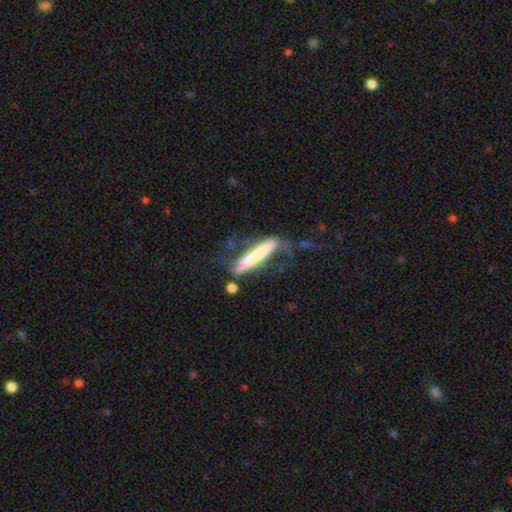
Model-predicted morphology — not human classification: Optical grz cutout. It shows a smooth galaxy with no disk features (58%) that is cigar-shaped (90%). Merging: none (45%).